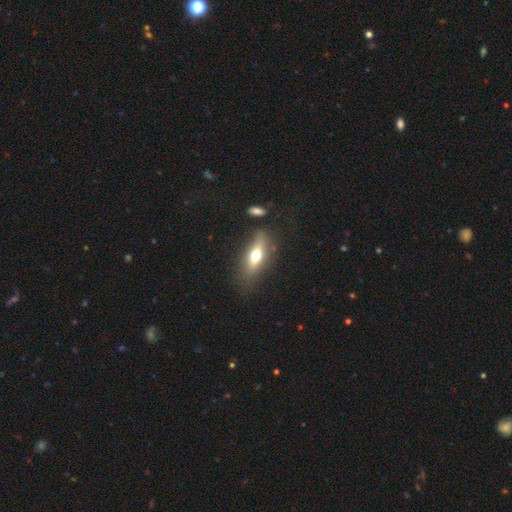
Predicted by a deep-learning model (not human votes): Smooth or featured?
  - smooth: 51% *
  - featured or disk: 41%
  - star or artifact: 8%
How rounded?
  - in between: 59% *
  - cigar-shaped: 36%
  - round: 5%
Merging?
  - none: 71% *
  - minor disturbance: 17%
  - major disturbance: 7%
  - merger: 4%